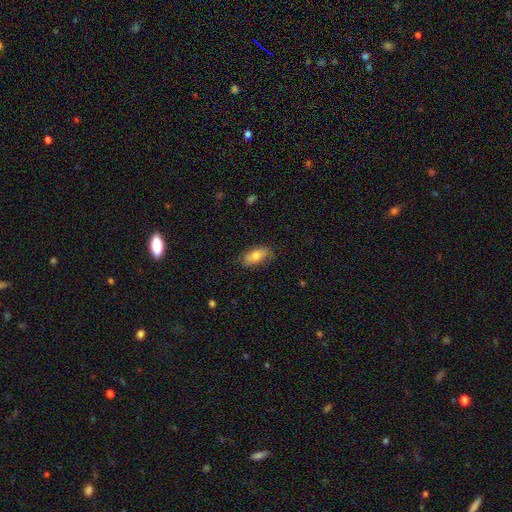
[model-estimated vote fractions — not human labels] A smooth galaxy with no disk features (75%) that is in between round and cigar-shaped (88%).

Vote fractions:
- Smooth or featured? smooth: 75% / featured or disk: 18% / star or artifact: 7%
- How rounded? in between: 88% / cigar-shaped: 9% / round: 4%
- Merging? none: 77% / minor disturbance: 18% / major disturbance: 4% / merger: 1%